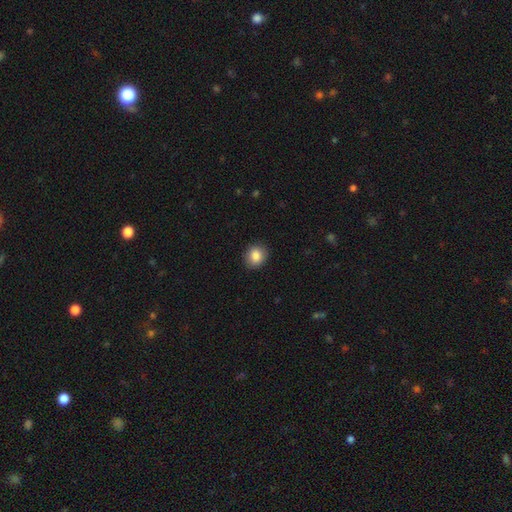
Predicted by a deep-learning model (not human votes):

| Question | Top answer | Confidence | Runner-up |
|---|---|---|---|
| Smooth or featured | smooth | 86% | star or artifact (8%) |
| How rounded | round | 68% | in between (31%) |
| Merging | none | 89% | minor disturbance (8%) |